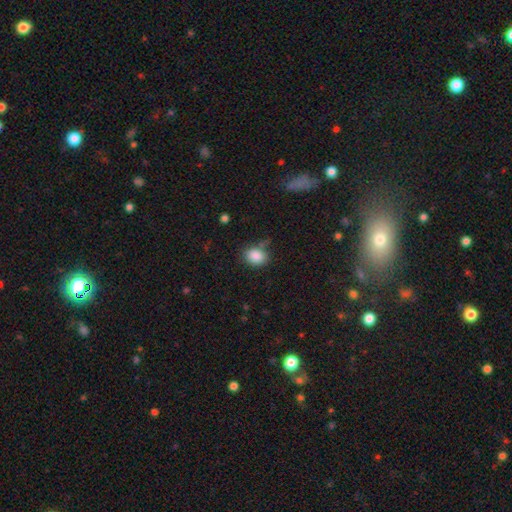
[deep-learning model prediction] smooth-or-featured: smooth: 86% | star or artifact: 9% | featured or disk: 5%
  how-rounded: in between: 53% | round: 45% | cigar-shaped: 1%
  merging: none: 72% | minor disturbance: 18% | merger: 5% | major disturbance: 5%